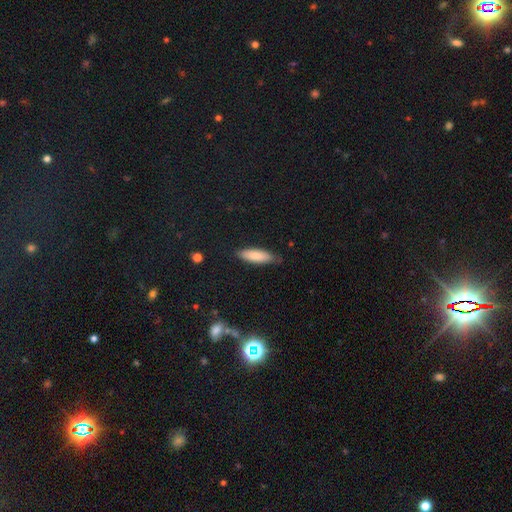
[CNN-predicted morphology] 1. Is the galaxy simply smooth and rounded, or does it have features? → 82% smooth, 12% featured or disk, 6% star or artifact.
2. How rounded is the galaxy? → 50% cigar-shaped, 48% in between, 2% round.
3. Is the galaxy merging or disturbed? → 79% none, 17% minor disturbance, 3% major disturbance, 1% merger.